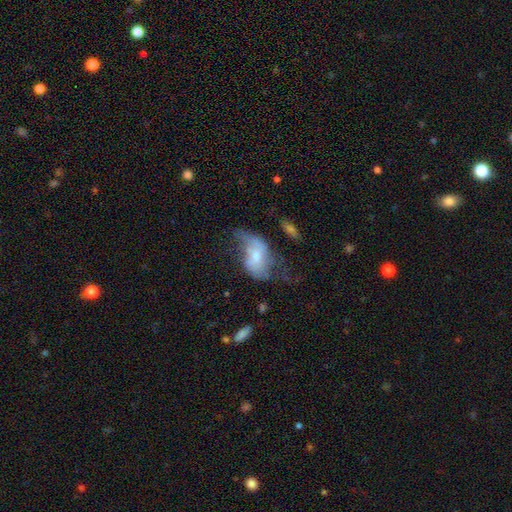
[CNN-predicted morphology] type=featured or disk (58%); edge-on=no (94%); bar=no (60%); spiral arms=yes (71%); bulge=moderate (43%); merging=major disturbance (37%).